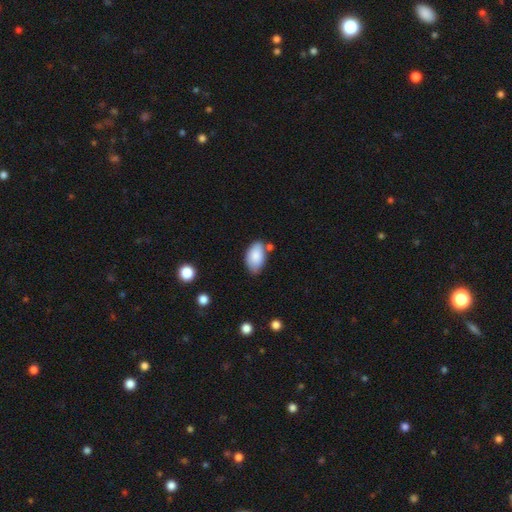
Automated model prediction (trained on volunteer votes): The model was most divided on "merging": none: 63%, minor disturbance: 23%, merger: 9%, major disturbance: 5%. More confident: how rounded — in between (94%); smooth or featured — smooth (85%).